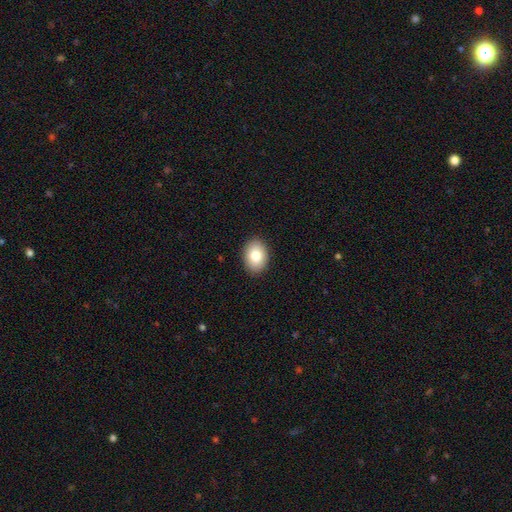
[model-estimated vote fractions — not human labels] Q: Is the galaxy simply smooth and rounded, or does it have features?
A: smooth — 81%.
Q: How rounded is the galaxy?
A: in between — 77%.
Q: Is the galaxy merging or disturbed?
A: none — 90%.